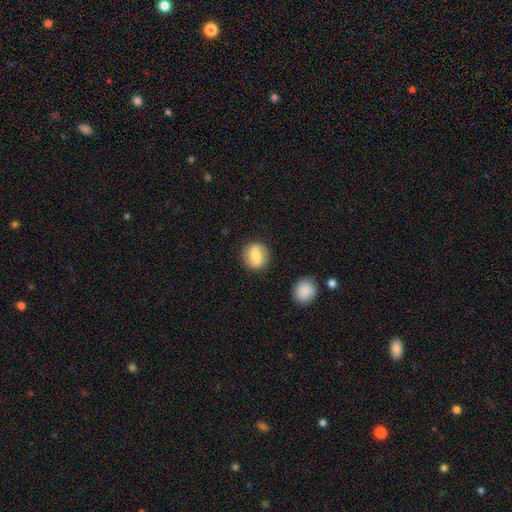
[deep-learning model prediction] smooth 76%, featured or disk 17%, star or artifact 7%. Down the decision tree: how rounded — round (69%); merging — none (85%).